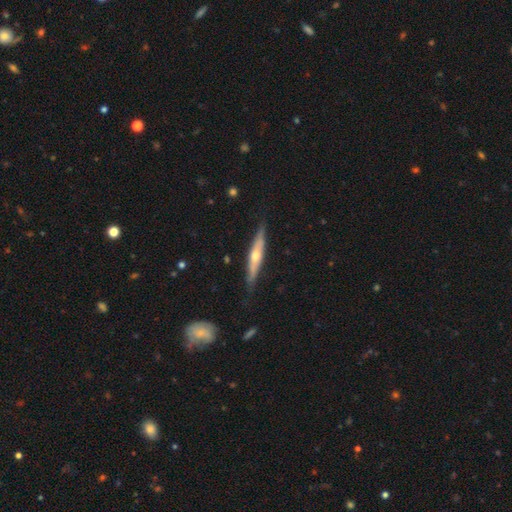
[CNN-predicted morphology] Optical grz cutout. It shows a featured or disk galaxy (61%) viewed edge-on (91%) with a rounded central bulge (87%). Merging: none (83%).